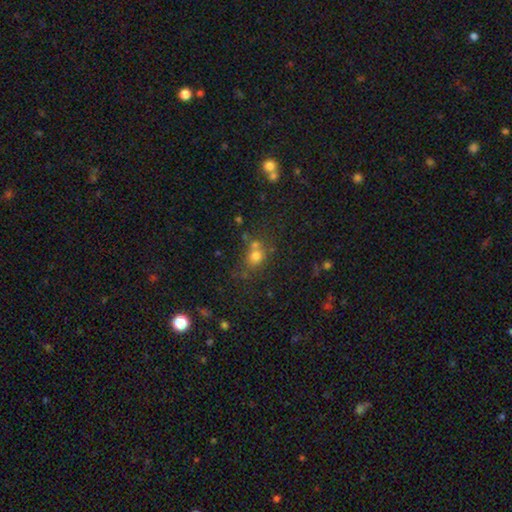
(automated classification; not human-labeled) Smooth or featured: smooth — 70% (star or artifact — 19%)
How rounded: round — 75% (in between — 24%)
Merging: none — 56% (merger — 27%)